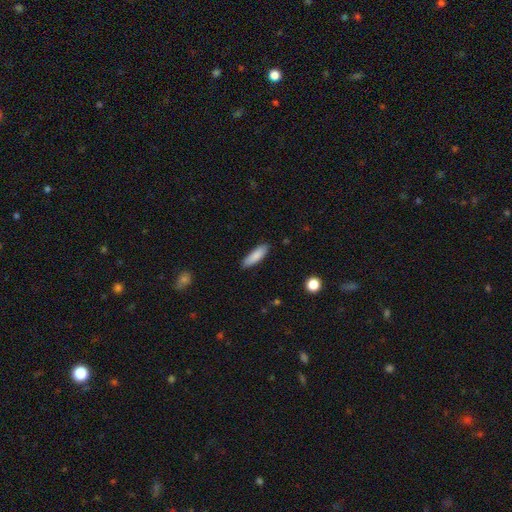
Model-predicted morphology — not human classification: This is clearly a smooth galaxy (87%). How rounded: possibly cigar-shaped (54%). Merging: clearly none (86%).